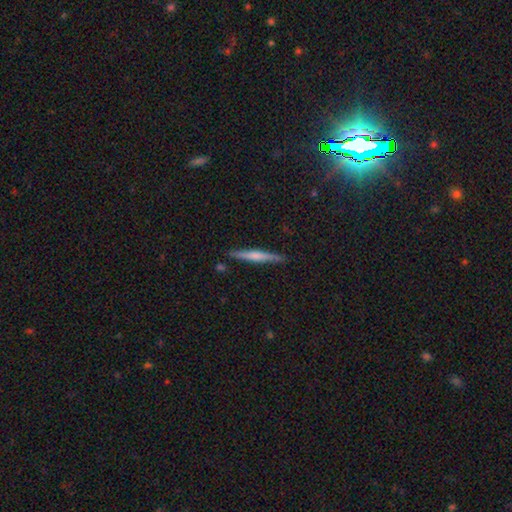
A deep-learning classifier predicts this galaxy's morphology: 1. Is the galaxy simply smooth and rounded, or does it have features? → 48% featured or disk, 45% smooth, 6% star or artifact.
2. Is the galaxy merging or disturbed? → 88% none, 8% minor disturbance, 2% major disturbance, 2% merger.